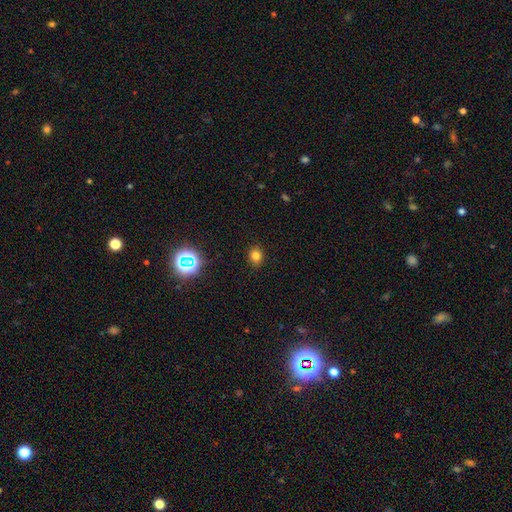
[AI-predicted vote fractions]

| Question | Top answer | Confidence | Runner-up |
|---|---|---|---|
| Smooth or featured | smooth | 77% | star or artifact (18%) |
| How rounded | round | 70% | in between (29%) |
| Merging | none | 87% | minor disturbance (9%) |